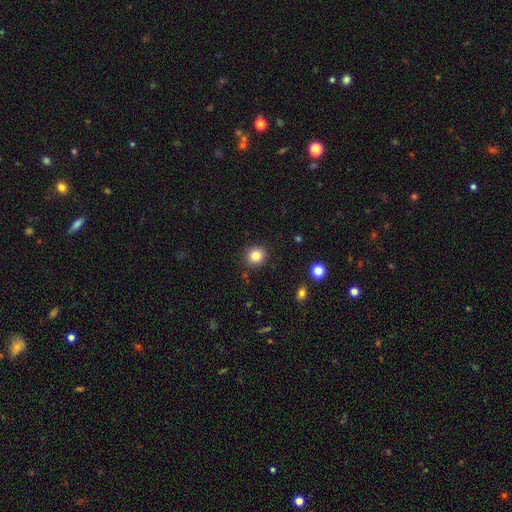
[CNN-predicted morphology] Overall: smooth (84%). How rounded: round (87%). Merging: none (90%).